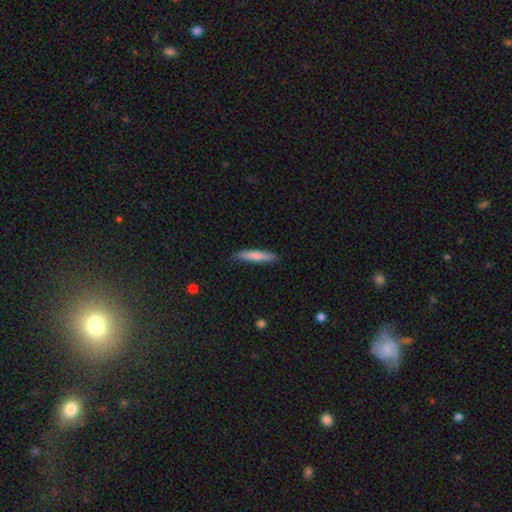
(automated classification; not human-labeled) Overall: smooth (72%). How rounded: cigar-shaped (90%). Merging: none (82%).